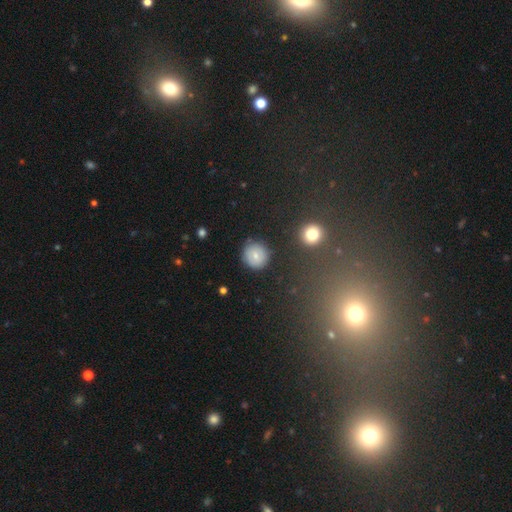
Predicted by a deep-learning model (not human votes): Overall: smooth (73%). How rounded: round (93%). Merging: none (85%).